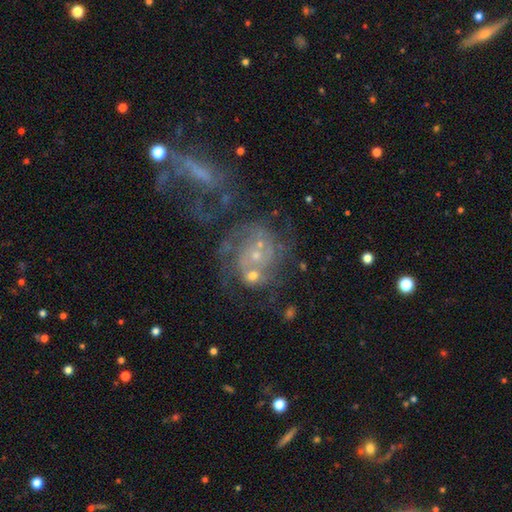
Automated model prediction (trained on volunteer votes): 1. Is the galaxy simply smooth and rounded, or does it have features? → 75% featured or disk, 13% star or artifact, 12% smooth.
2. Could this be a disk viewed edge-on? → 97% no, 3% yes.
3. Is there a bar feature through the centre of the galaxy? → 75% no, 20% weak, 6% strong.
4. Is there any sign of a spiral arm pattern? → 80% yes, 20% no.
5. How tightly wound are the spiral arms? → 52% tight, 33% medium, 14% loose.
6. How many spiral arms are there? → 41% can't tell, 27% 2, 13% 3, 7% 1, 6% 4, 5% more than 4.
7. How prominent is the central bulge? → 65% small, 20% moderate, 11% none, 2% large, 1% dominant.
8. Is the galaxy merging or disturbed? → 40% merger, 33% none, 16% major disturbance, 12% minor disturbance.